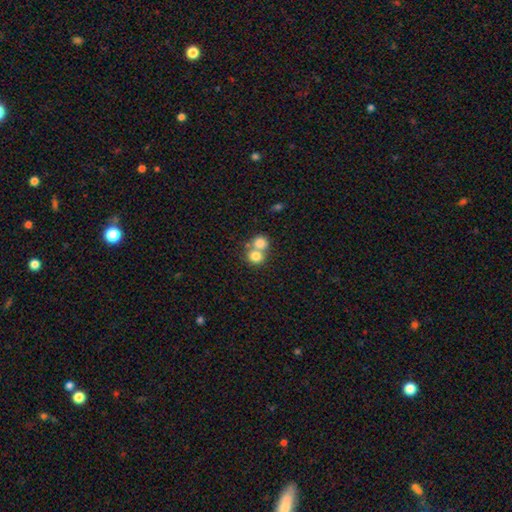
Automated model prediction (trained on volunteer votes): Smooth or featured: smooth — 78% (featured or disk — 11%)
How rounded: round — 79% (in between — 20%)
Merging: merger — 58% (none — 34%)